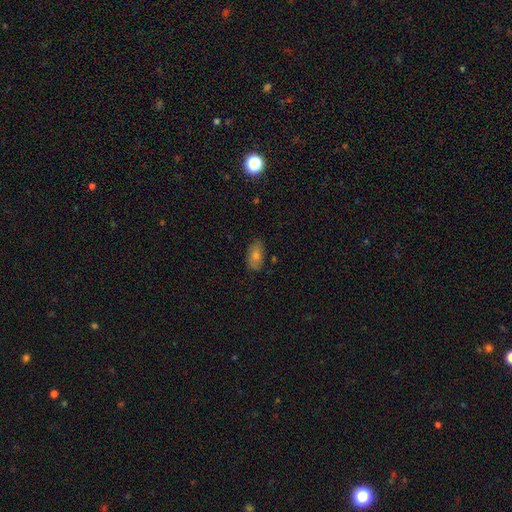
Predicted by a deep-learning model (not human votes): A smooth galaxy with no disk features (59%) that is in between round and cigar-shaped (86%).

Vote fractions:
- Smooth or featured? smooth: 59% / featured or disk: 25% / star or artifact: 15%
- How rounded? in between: 86% / round: 10% / cigar-shaped: 3%
- Merging? none: 78% / minor disturbance: 17% / major disturbance: 3% / merger: 2%